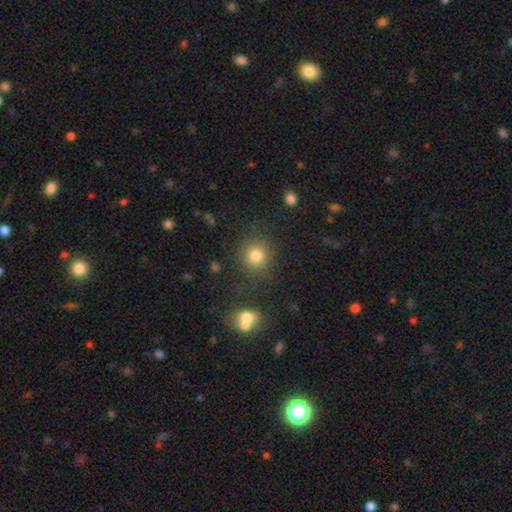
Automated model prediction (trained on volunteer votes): Smooth or featured? smooth (80%)
How rounded? round (89%)
Merging? none (82%)